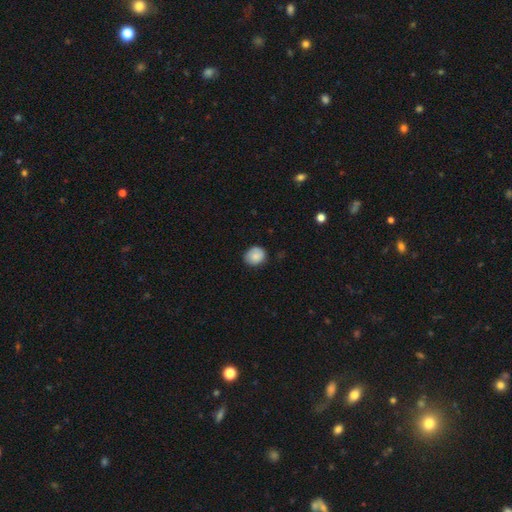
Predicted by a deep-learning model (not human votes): This appears to be a smooth galaxy with no disk features (83%) that is round (67%). Merging: none (79%).